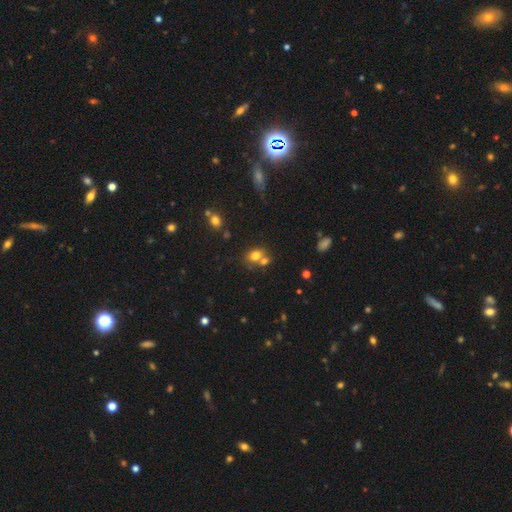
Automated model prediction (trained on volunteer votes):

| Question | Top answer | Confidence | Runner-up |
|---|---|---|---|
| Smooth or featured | smooth | 73% | star or artifact (14%) |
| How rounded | in between | 51% | round (48%) |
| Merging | merger | 44% | none (42%) |